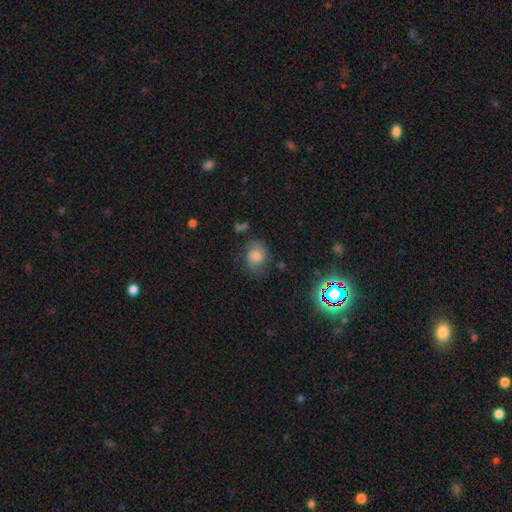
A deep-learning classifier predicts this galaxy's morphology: Smooth or featured? Predicted: smooth (p=0.50). Merging? Predicted: none (p=0.62).